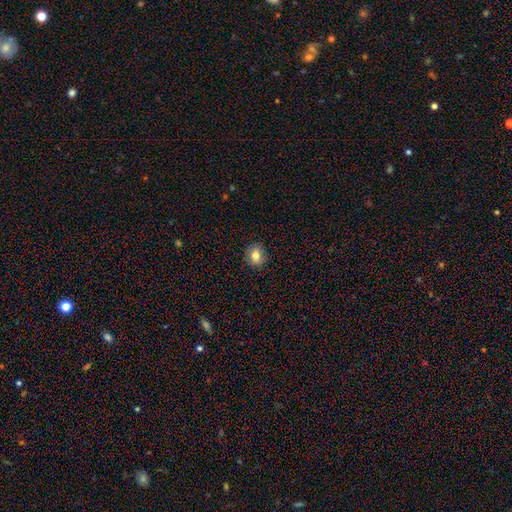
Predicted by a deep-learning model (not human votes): The model was most divided on "how rounded": round: 73%, in between: 26%, cigar-shaped: 1%. More confident: merging — none (90%); smooth or featured — smooth (81%).